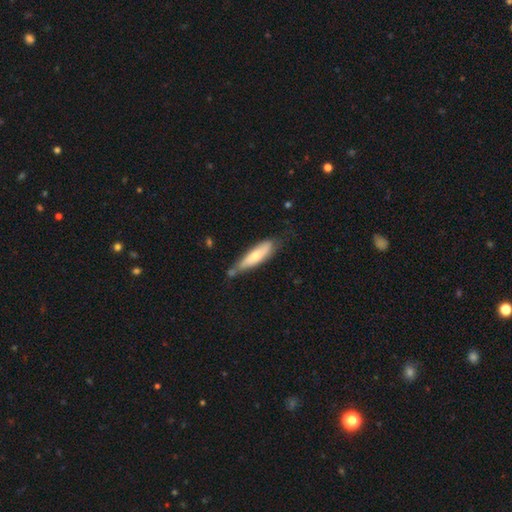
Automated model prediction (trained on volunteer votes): Smooth or featured? Predicted: smooth (p=0.64). How rounded? Predicted: cigar-shaped (p=0.72). Merging? Predicted: none (p=0.52).